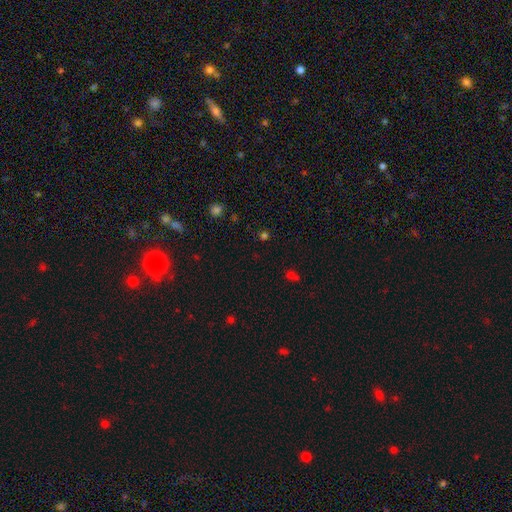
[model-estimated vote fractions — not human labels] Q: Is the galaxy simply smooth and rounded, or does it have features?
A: star or artifact — 53%.